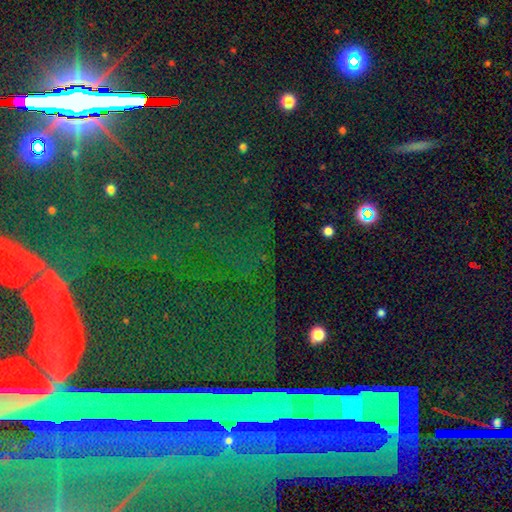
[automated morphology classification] Smooth or featured? star or artifact (76%)